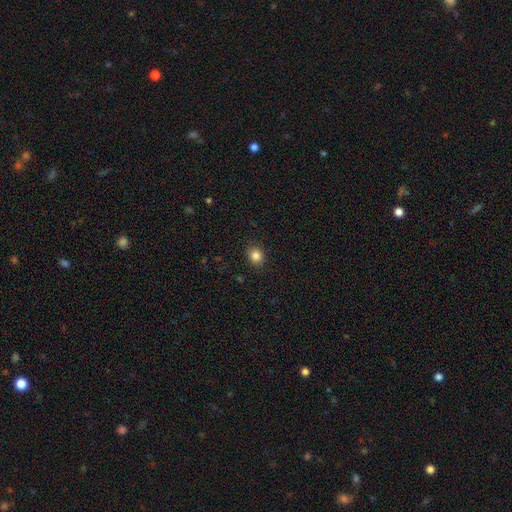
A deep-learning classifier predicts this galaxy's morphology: Smooth or featured? smooth (84%)
How rounded? round (62%)
Merging? none (89%)